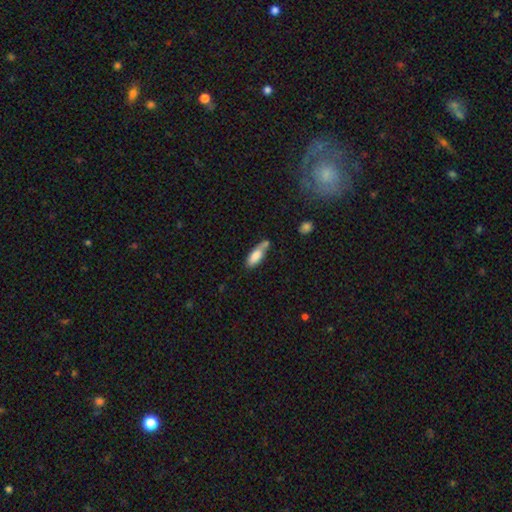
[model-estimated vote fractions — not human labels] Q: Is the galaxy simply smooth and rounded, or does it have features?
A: smooth — 79%.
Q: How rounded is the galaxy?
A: in between — 69%.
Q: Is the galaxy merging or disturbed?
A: none — 43%.